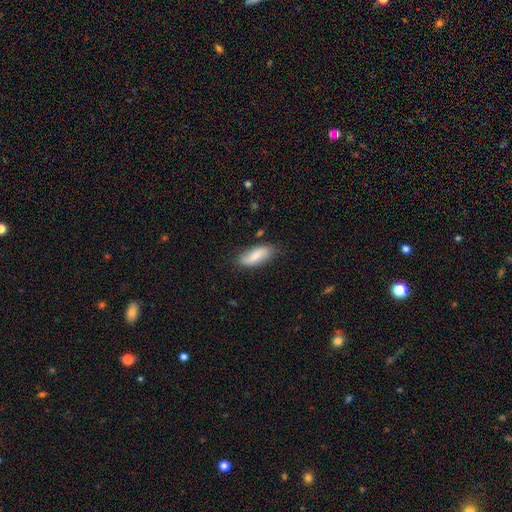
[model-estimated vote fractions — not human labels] This is likely a smooth galaxy (76%). How rounded: clearly in between (80%). Merging: likely none (76%).